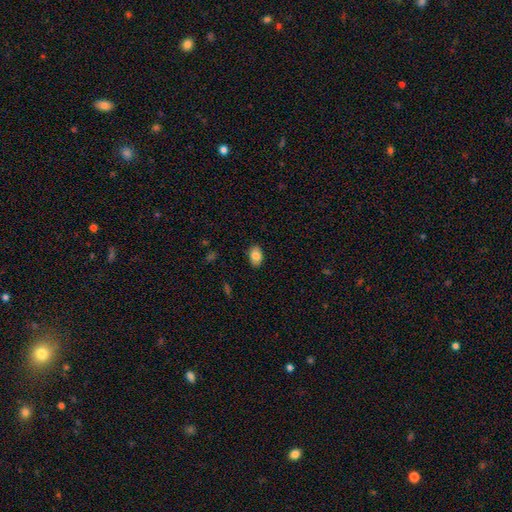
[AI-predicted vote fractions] Morphology: type=smooth (84%); roundness=in between (85%); merging=none (86%).